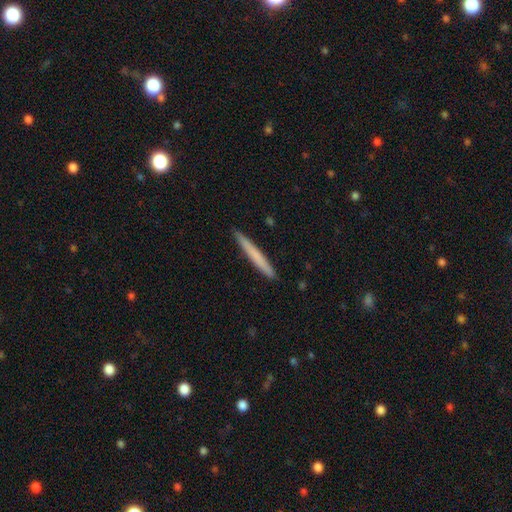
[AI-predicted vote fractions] This appears to be a smooth galaxy with no disk features (68%) that is cigar-shaped (97%). Merging: none (92%).